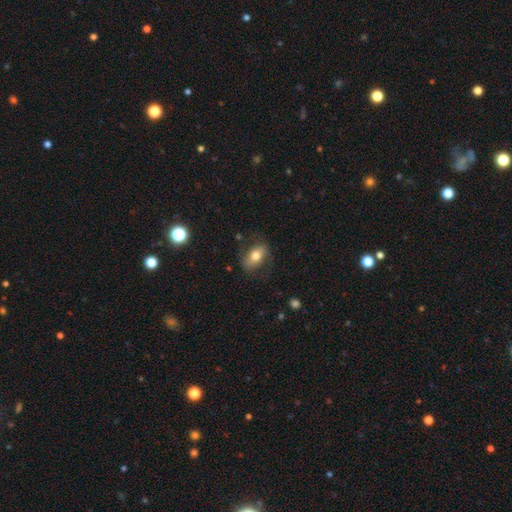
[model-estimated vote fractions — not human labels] Smooth or featured?
  - smooth: 64% *
  - featured or disk: 28%
  - star or artifact: 8%
How rounded?
  - in between: 85% *
  - round: 12%
  - cigar-shaped: 3%
Merging?
  - none: 72% *
  - minor disturbance: 18%
  - major disturbance: 8%
  - merger: 2%